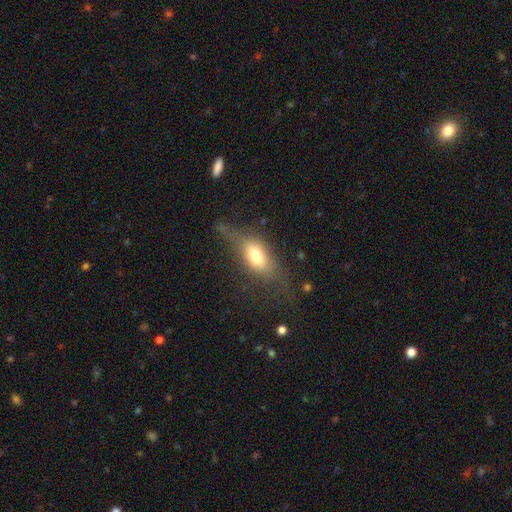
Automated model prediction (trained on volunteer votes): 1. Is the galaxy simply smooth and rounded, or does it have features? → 62% smooth, 29% featured or disk, 9% star or artifact.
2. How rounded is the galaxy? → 77% in between, 14% cigar-shaped, 10% round.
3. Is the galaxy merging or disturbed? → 49% none, 24% major disturbance, 24% minor disturbance, 3% merger.